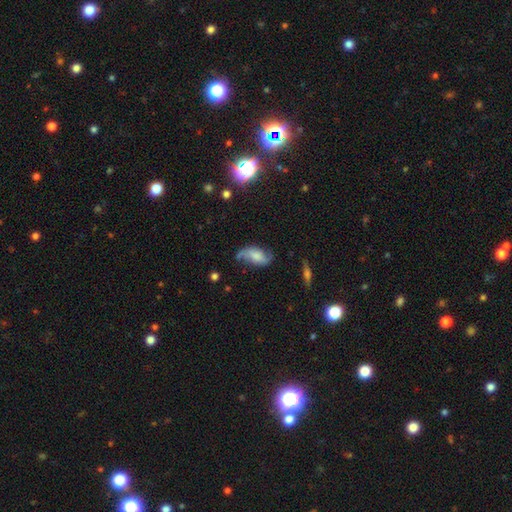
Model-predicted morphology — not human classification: type=featured or disk (65%); edge-on=no (94%); bar=no (52%); spiral arms=yes (92%); winding=loose (70%); arm count=2 (87%); bulge=moderate (30%); merging=none (59%).